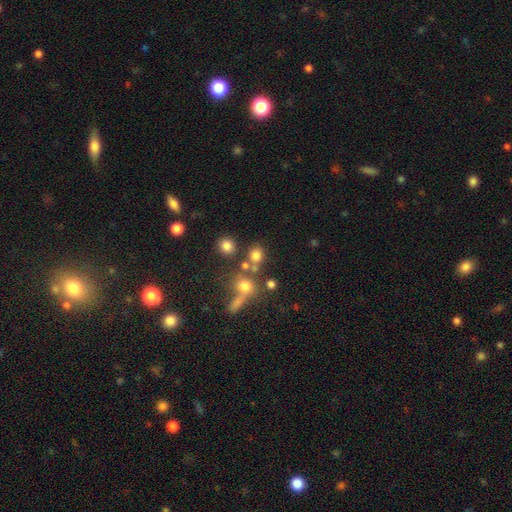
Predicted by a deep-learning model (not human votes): Overall: smooth (74%). How rounded: round (74%). Merging: none (59%; merger 24%).